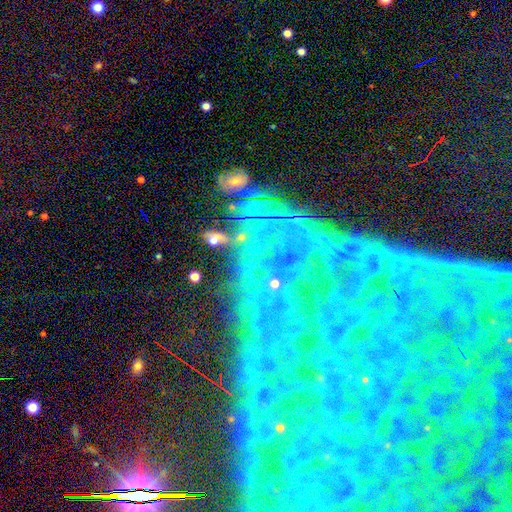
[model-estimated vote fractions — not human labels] Overall: star or artifact (74%).